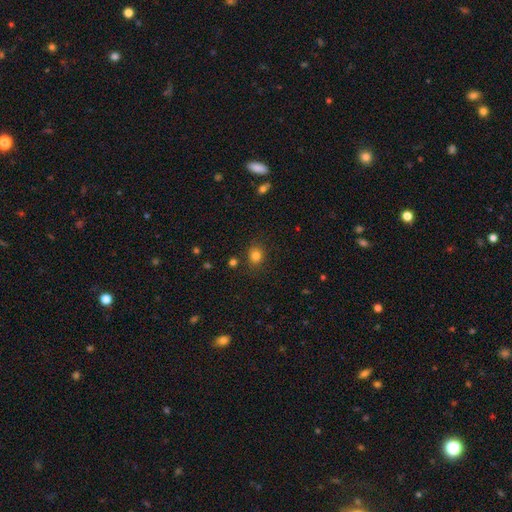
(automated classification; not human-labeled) This appears to be a smooth galaxy with no disk features (81%) that is round (72%). Merging: none (83%).